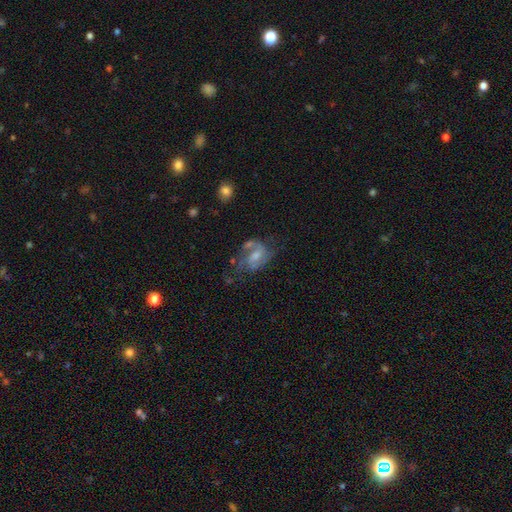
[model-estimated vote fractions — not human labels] Smooth or featured? Predicted: featured or disk (p=0.78). Edge-on disk? Predicted: no (p=0.97). Bar? Predicted: weak (p=0.50). Spiral arms? Predicted: yes (p=0.91). Spiral winding? Predicted: medium (p=0.51). Spiral arm count? Predicted: 2 (p=0.72). Bulge size? Predicted: moderate (p=0.44, tied with small). Merging? Predicted: none (p=0.56).